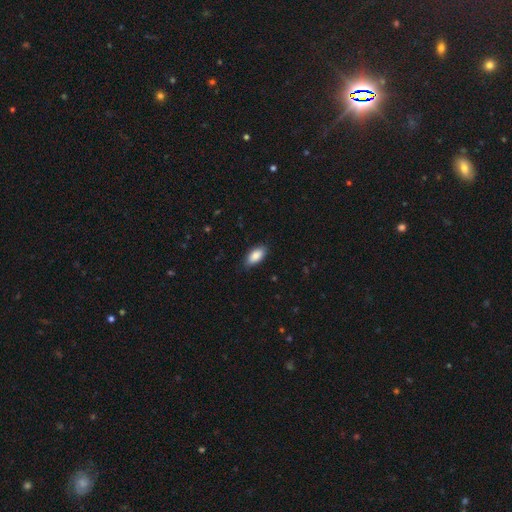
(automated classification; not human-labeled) smooth_or_featured: smooth (p=0.88) [alt: star or artifact p=0.06]
how_rounded: in between (p=0.91) [alt: cigar-shaped p=0.06]
merging: none (p=0.84) [alt: minor disturbance p=0.13]